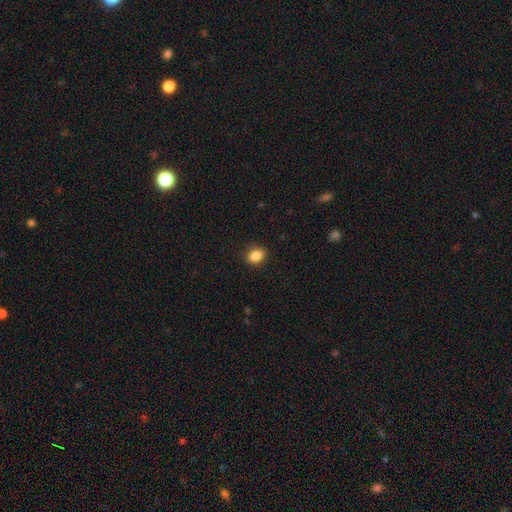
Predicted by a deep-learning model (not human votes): A smooth galaxy with no disk features (86%) that is in between round and cigar-shaped (65%).

Vote fractions:
- Smooth or featured? smooth: 86% / star or artifact: 9% / featured or disk: 4%
- How rounded? in between: 65% / round: 34% / cigar-shaped: 1%
- Merging? none: 88% / minor disturbance: 9% / major disturbance: 2% / merger: 1%